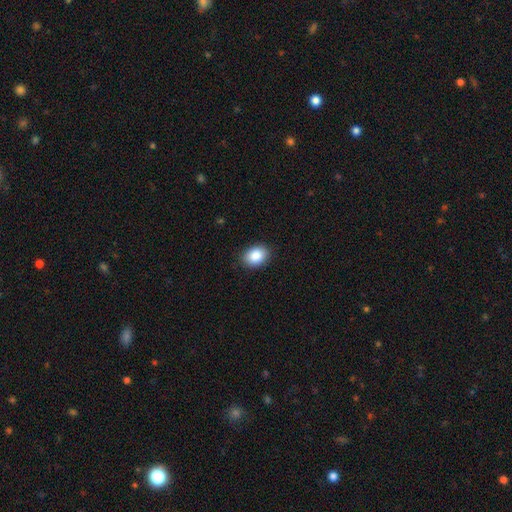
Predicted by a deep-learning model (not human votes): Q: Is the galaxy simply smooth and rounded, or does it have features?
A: smooth — 88%.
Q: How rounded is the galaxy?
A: in between — 68%.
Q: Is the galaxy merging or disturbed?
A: none — 89%.